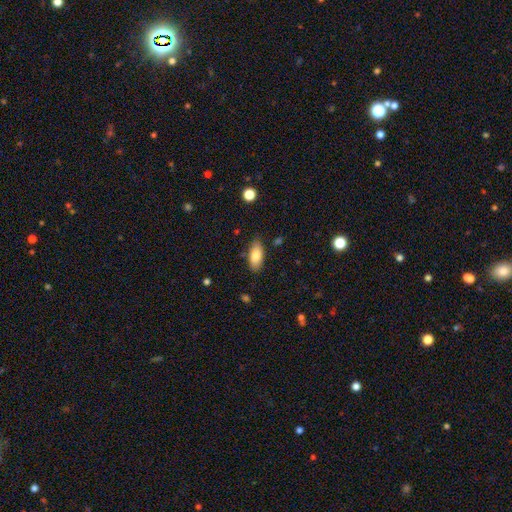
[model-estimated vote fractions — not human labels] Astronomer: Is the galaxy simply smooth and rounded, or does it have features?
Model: smooth — 84%.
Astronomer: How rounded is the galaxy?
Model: in between — 88%.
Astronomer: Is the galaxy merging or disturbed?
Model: none — 84%.